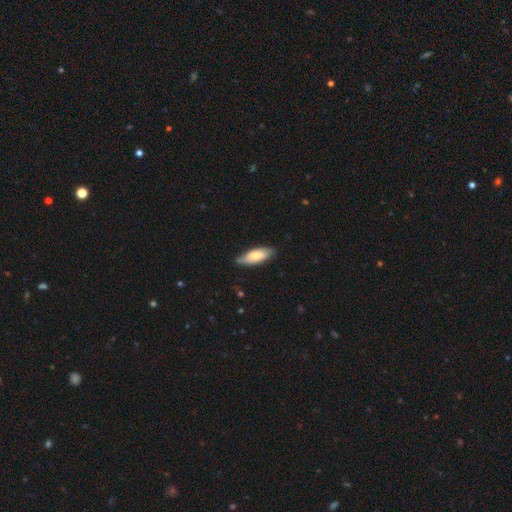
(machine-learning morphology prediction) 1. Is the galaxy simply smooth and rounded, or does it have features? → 72% smooth, 22% featured or disk, 6% star or artifact.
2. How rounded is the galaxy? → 72% in between, 26% cigar-shaped, 2% round.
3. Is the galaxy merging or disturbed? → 75% none, 21% minor disturbance, 3% major disturbance, 1% merger.